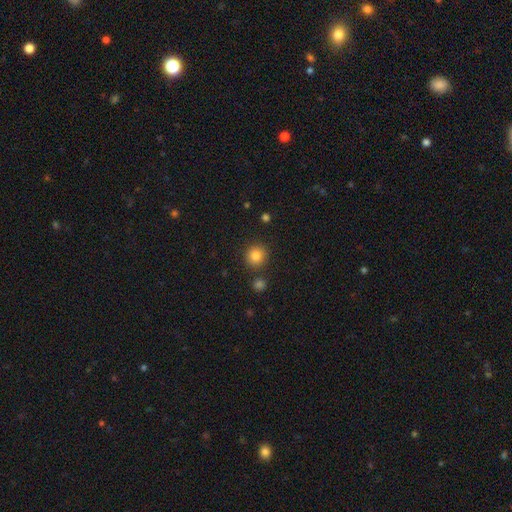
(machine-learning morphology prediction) The model was most divided on "smooth or featured": smooth: 84%, star or artifact: 11%, featured or disk: 5%. More confident: how rounded — round (91%); merging — none (86%).